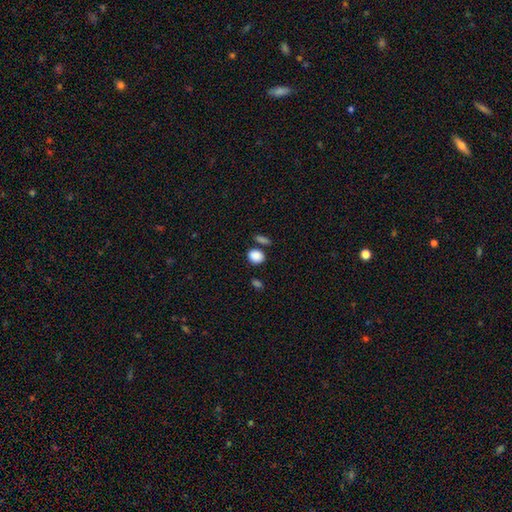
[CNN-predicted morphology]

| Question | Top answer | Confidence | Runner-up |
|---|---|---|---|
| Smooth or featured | smooth | 88% | star or artifact (9%) |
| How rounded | in between | 50% | round (49%) |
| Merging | none | 74% | minor disturbance (11%) |